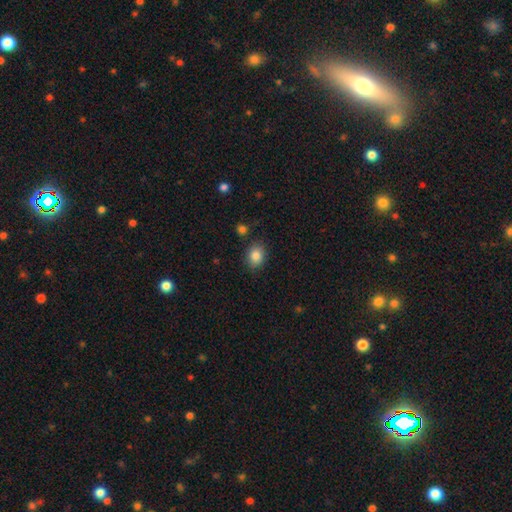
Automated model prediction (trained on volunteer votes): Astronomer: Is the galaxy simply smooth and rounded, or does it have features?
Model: smooth — 85%.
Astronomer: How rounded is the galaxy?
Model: in between — 54% (runner-up: round, 45%).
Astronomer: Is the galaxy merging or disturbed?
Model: none — 84%.